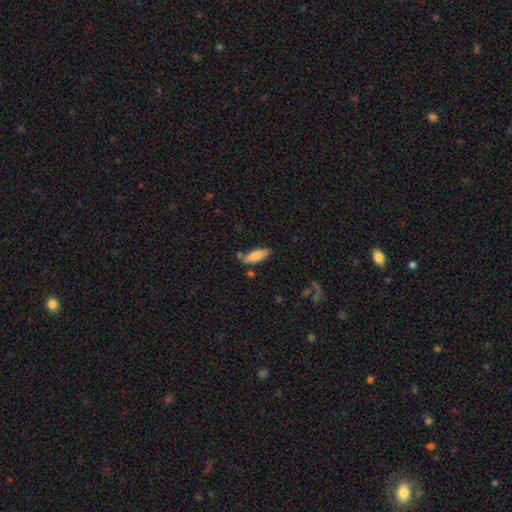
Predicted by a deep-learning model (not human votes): Smooth or featured? smooth (83%)
How rounded? in between (61%)
Merging? none (75%)